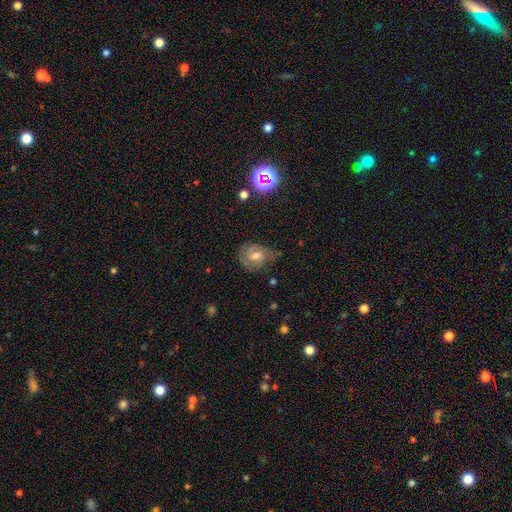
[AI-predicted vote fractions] smooth_or_featured: featured or disk (p=0.52) [alt: smooth p=0.38]
disk_edge_on: no (p=0.95) [alt: yes p=0.05]
merging: none (p=0.52) [alt: minor disturbance p=0.32]